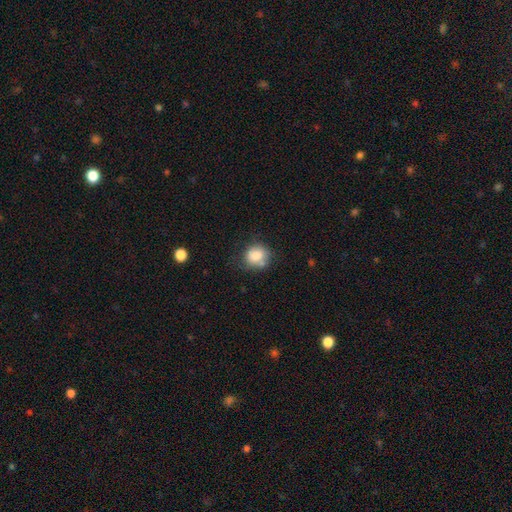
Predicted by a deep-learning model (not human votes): The model was most divided on "merging": none: 57%, minor disturbance: 23%, merger: 13%, major disturbance: 7%. More confident: smooth or featured — smooth (81%); how rounded — round (70%).